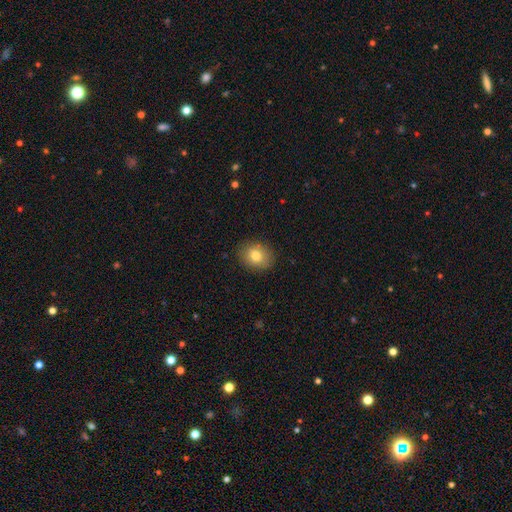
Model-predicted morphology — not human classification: A smooth galaxy with no disk features (80%) that is round (53%). Merging: none (87%).